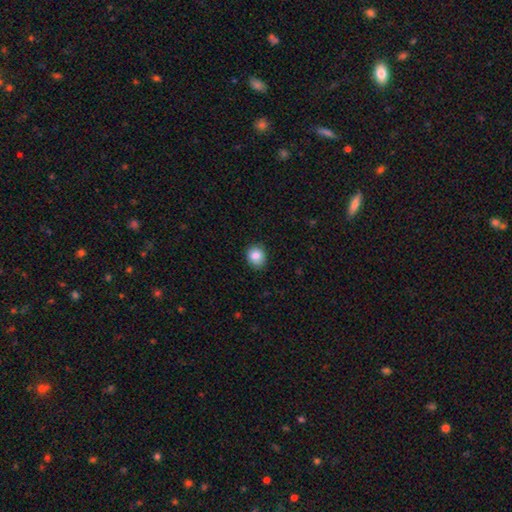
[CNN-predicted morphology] A smooth galaxy with no disk features (86%) that is round (65%). Merging: none (83%).